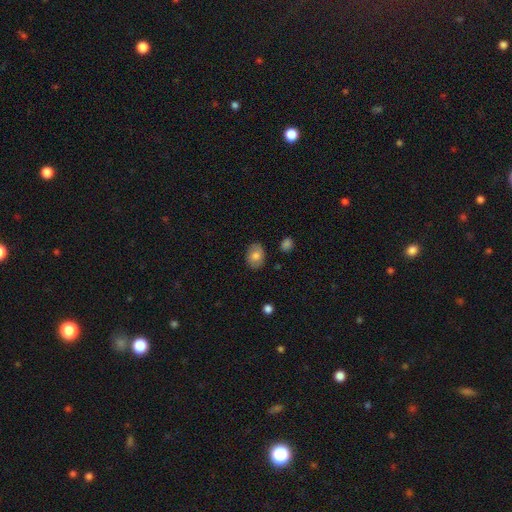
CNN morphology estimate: smooth-or-featured: smooth: 78% | featured or disk: 14% | star or artifact: 8%
  how-rounded: in between: 74% | round: 25% | cigar-shaped: 1%
  merging: none: 85% | minor disturbance: 11% | major disturbance: 2% | merger: 2%